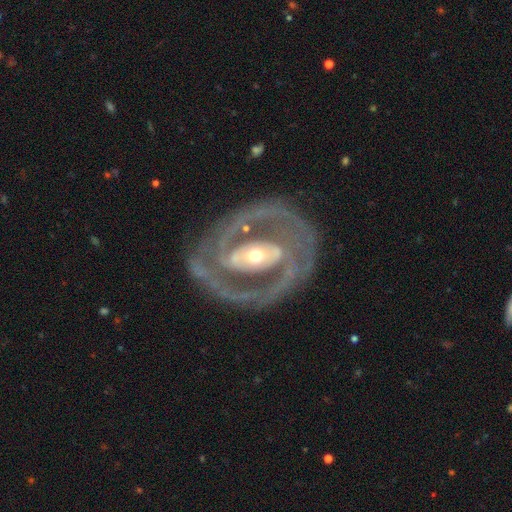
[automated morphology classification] Smooth or featured?
  - featured or disk: 89% *
  - smooth: 7%
  - star or artifact: 5%
Edge-on disk?
  - no: 96% *
  - yes: 4%
Bar?
  - strong: 36% *
  - no: 34%
  - weak: 29%
Spiral arms?
  - yes: 92% *
  - no: 8%
Spiral winding?
  - tight: 51% *
  - medium: 39%
  - loose: 10%
Spiral arm count?
  - 2: 79% *
  - can't tell: 7%
  - 3: 6%
  - 1: 3%
  - 4: 2%
  - more than 4: 2%
Bulge size?
  - moderate: 60% *
  - small: 30%
  - large: 8%
  - dominant: 1%
  - none: 1%
Merging?
  - none: 77% *
  - minor disturbance: 14%
  - major disturbance: 8%
  - merger: 2%